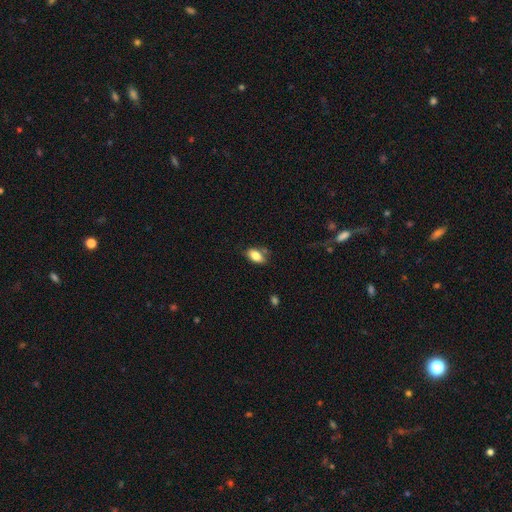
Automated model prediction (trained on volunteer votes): smooth_or_featured: smooth (p=0.82) [alt: featured or disk p=0.10]
how_rounded: in between (p=0.90) [alt: round p=0.06]
merging: none (p=0.72) [alt: minor disturbance p=0.19]